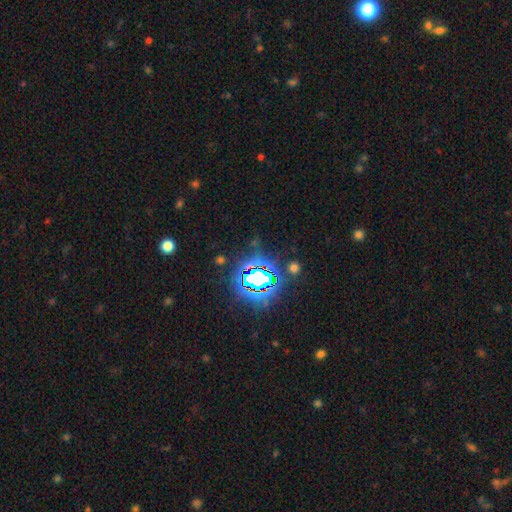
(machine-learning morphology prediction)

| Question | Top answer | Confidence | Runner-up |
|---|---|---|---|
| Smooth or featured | star or artifact | 79% | smooth (13%) |